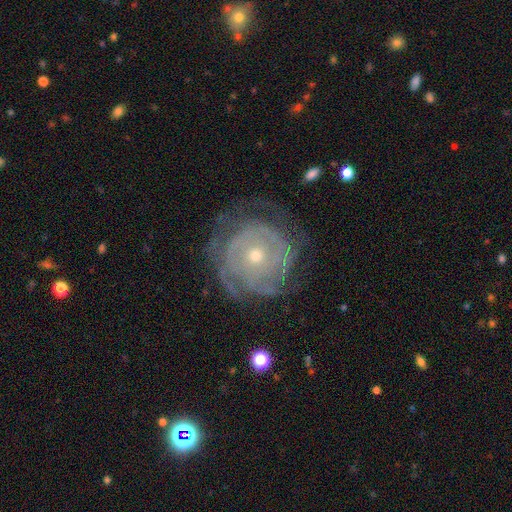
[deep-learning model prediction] Smooth or featured? Predicted: featured or disk (p=0.77). Edge-on disk? Predicted: no (p=0.97). Bar? Predicted: no (p=0.84). Spiral arms? Predicted: yes (p=0.80). Spiral winding? Predicted: tight (p=0.75). Spiral arm count? Predicted: can't tell (p=0.51). Bulge size? Predicted: small (p=0.67). Merging? Predicted: none (p=0.62).